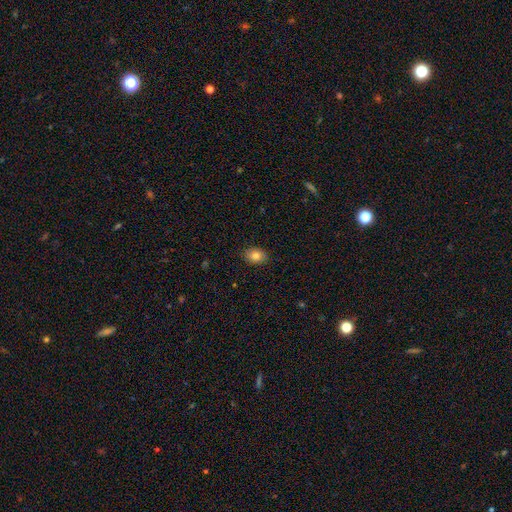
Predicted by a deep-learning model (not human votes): Smooth or featured?
  - smooth: 83% *
  - star or artifact: 9%
  - featured or disk: 8%
How rounded?
  - in between: 71% *
  - round: 28%
  - cigar-shaped: 1%
Merging?
  - none: 88% *
  - minor disturbance: 9%
  - major disturbance: 2%
  - merger: 1%